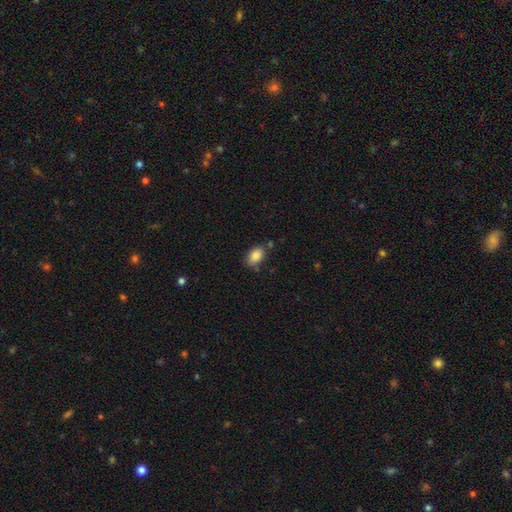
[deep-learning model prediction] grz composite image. It shows a smooth galaxy with no disk features (87%) that is in between round and cigar-shaped (87%). Merging: none (73%).